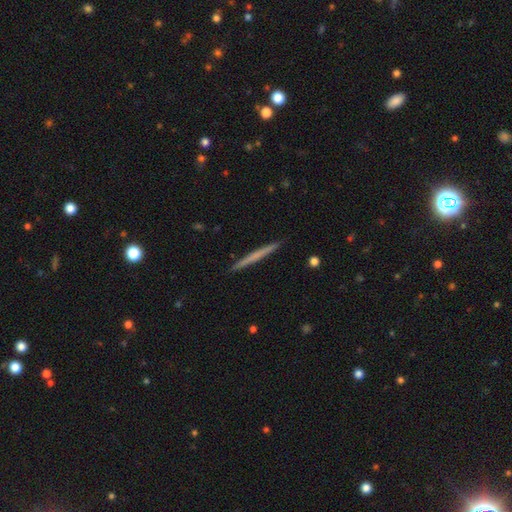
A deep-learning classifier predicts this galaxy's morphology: Smooth or featured? smooth (51%)
How rounded? cigar-shaped (97%)
Merging? none (93%)